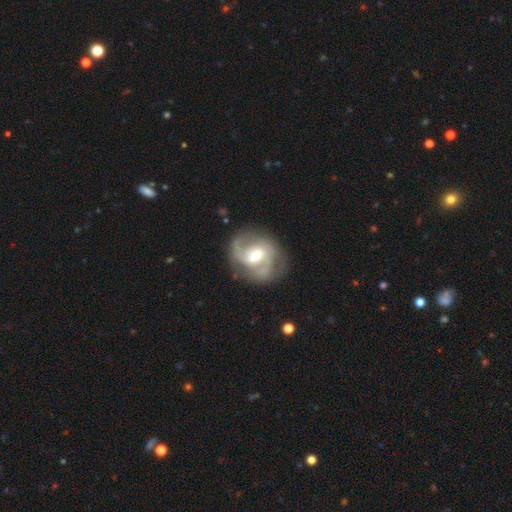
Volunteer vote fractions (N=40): smooth_or_featured: featured or disk (p=0.75) [alt: smooth p=0.12]
disk_edge_on: no (p=1.00)
bar: weak (p=0.53) [alt: no p=0.33]
has_spiral_arms: yes (p=0.87) [alt: no p=0.13]
spiral_winding: medium (p=0.65) [alt: loose p=0.27]
spiral_arm_count: 2 (p=0.81) [alt: can't tell p=0.12]
bulge_size: small (p=0.50) [alt: moderate p=0.40]
merging: none (p=0.66) [alt: minor disturbance p=0.17]